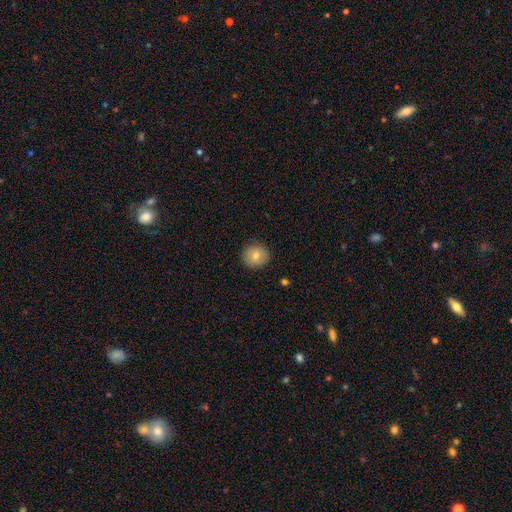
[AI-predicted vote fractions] Morphology: type=smooth (77%); roundness=round (86%); merging=none (88%).